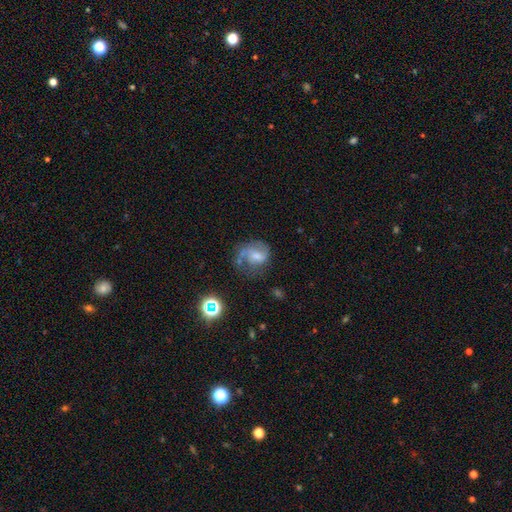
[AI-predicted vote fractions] A featured or disk galaxy (54%) with no bar (46%), spiral arms (78%) and a moderate central bulge (41%). Merging: none (39%).